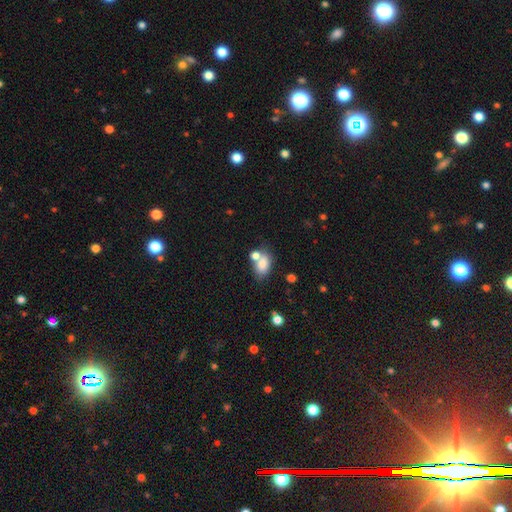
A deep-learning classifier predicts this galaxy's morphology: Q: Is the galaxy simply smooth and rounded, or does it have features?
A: smooth — 79%.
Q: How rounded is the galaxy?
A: in between — 82%.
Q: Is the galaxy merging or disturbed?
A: none — 43%.